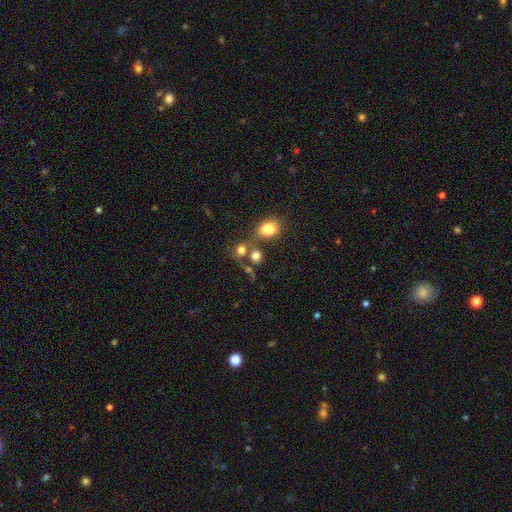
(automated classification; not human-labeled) This is likely a smooth galaxy (74%). How rounded: likely round (70%). Merging: possibly none (47%).